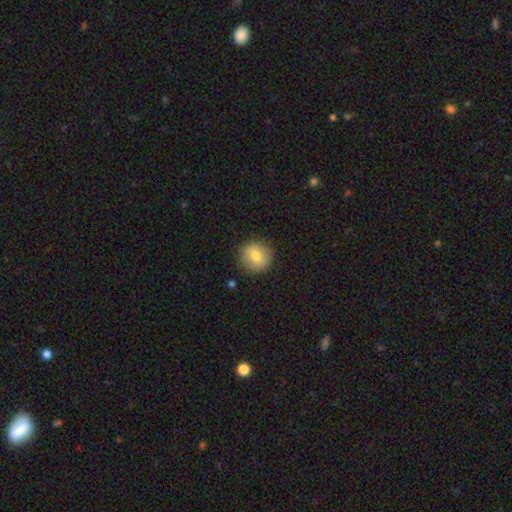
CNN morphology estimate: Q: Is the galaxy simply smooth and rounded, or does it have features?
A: smooth — 77%.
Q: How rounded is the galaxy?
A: round — 93%.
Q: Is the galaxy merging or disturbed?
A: none — 87%.